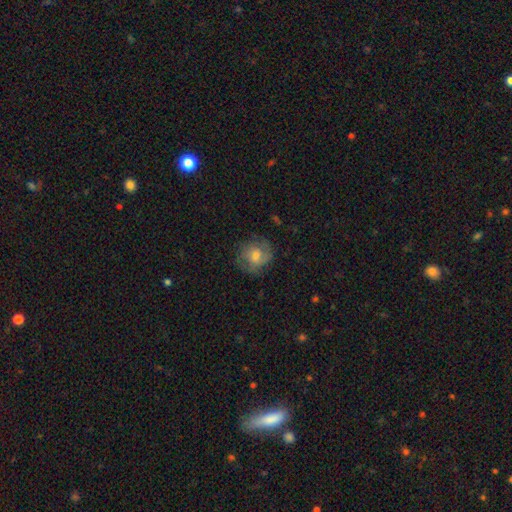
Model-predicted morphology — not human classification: Smooth or featured: smooth — 52% (featured or disk — 39%)
How rounded: round — 78% (in between — 21%)
Merging: none — 71% (minor disturbance — 20%)